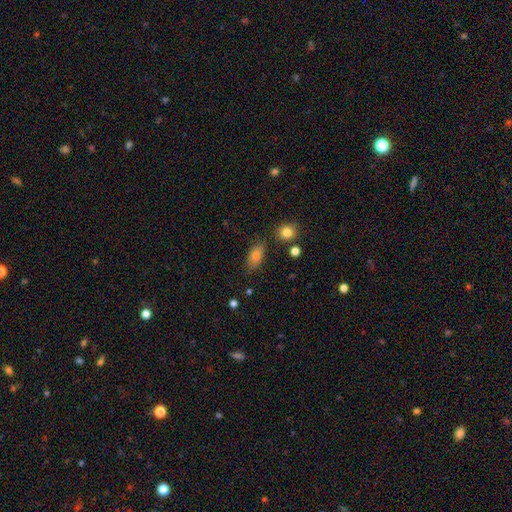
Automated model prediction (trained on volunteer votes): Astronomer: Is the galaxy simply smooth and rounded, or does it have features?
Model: smooth — 79%.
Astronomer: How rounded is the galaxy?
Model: in between — 86%.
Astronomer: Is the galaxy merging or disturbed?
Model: none — 79%.